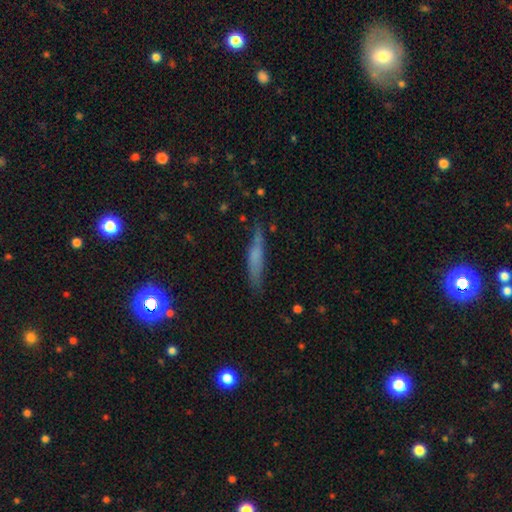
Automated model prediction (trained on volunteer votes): Smooth or featured?
  - smooth: 54% *
  - featured or disk: 35%
  - star or artifact: 11%
How rounded?
  - cigar-shaped: 86% *
  - in between: 11%
  - round: 2%
Merging?
  - none: 70% *
  - minor disturbance: 21%
  - major disturbance: 6%
  - merger: 3%